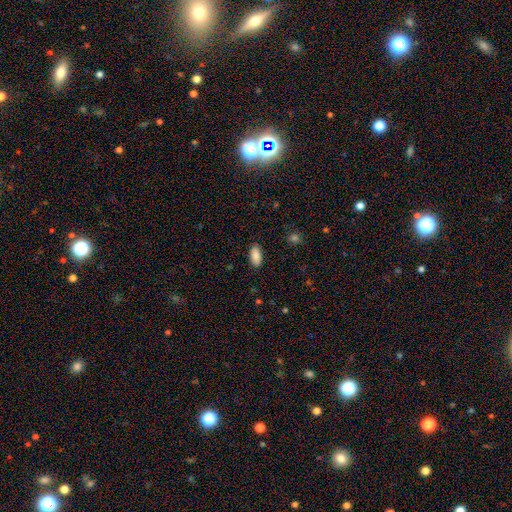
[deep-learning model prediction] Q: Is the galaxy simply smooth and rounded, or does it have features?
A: smooth — 87%.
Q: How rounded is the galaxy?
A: in between — 91%.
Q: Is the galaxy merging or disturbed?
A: none — 87%.